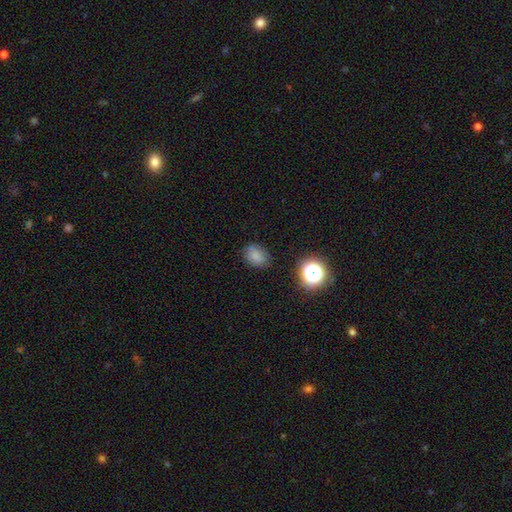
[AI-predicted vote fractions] Smooth or featured? Predicted: smooth (p=0.79). How rounded? Predicted: in between (p=0.65). Merging? Predicted: none (p=0.77).